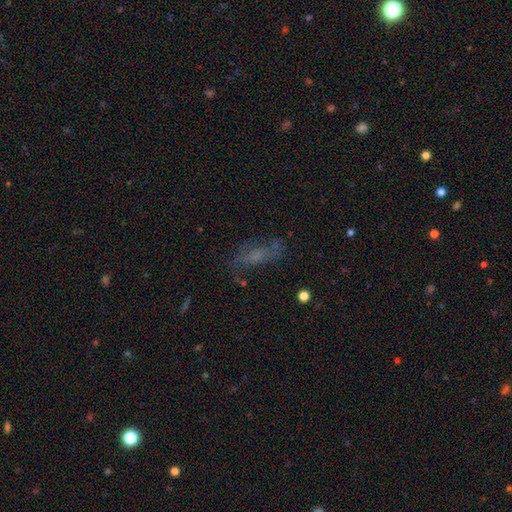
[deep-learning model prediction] Q: Smooth or featured?
A: smooth (43%); runner-up: featured or disk (38%)
Q: Merging?
A: none (57%); runner-up: minor disturbance (21%)